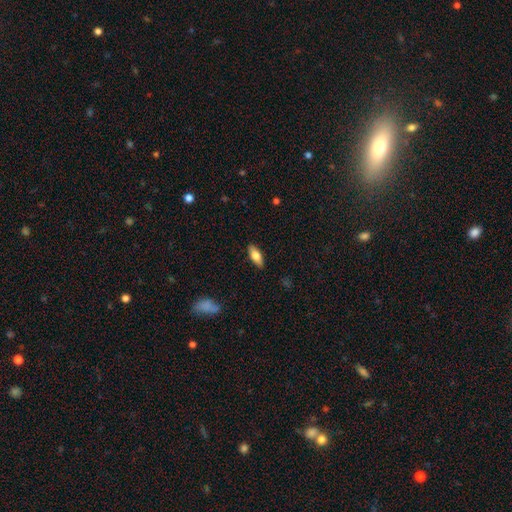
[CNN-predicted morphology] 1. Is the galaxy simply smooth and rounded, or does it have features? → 70% smooth, 24% featured or disk, 6% star or artifact.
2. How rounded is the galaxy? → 75% in between, 22% cigar-shaped, 3% round.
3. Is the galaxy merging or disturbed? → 87% none, 9% minor disturbance, 2% major disturbance, 1% merger.